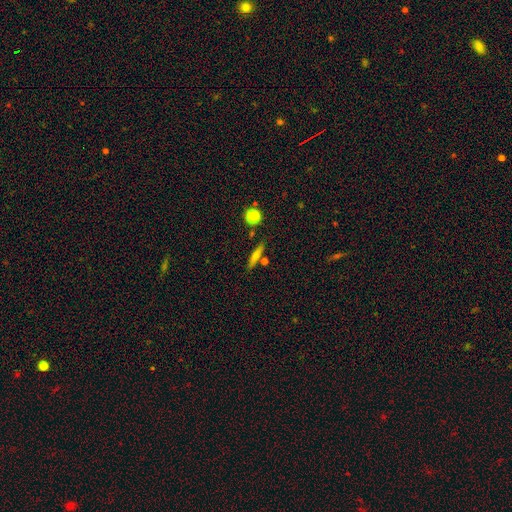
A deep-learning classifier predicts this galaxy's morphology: This is possibly a smooth galaxy (55%). How rounded: clearly cigar-shaped (85%). Merging: clearly none (82%).